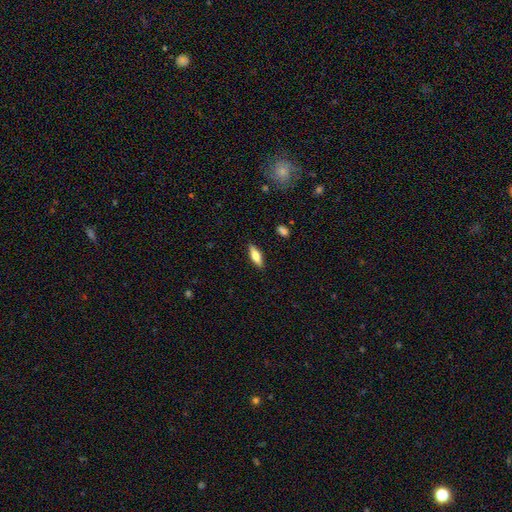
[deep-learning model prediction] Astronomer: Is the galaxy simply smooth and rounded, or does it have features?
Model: smooth — 67%.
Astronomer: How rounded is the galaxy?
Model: in between — 56% (runner-up: cigar-shaped, 42%).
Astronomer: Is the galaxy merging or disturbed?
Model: none — 88%.